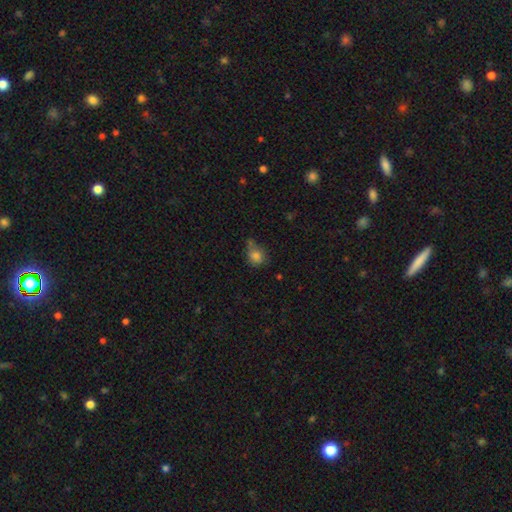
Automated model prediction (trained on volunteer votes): This is likely a smooth galaxy (80%). How rounded: likely round (67%). Merging: possibly none (46%).